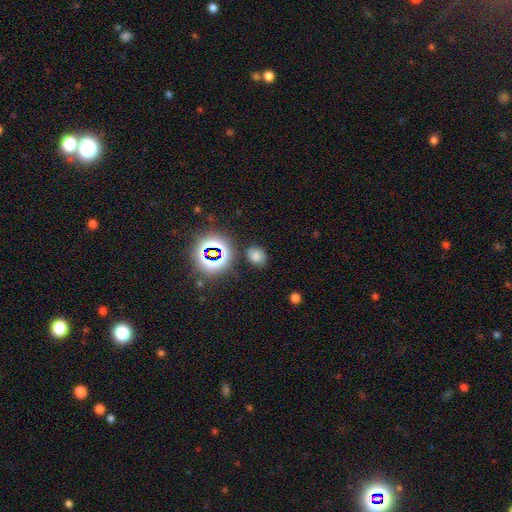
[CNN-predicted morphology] smooth_or_featured: smooth (p=0.67) [alt: star or artifact p=0.24]
how_rounded: in between (p=0.55) [alt: round p=0.44]
merging: none (p=0.79) [alt: minor disturbance p=0.13]